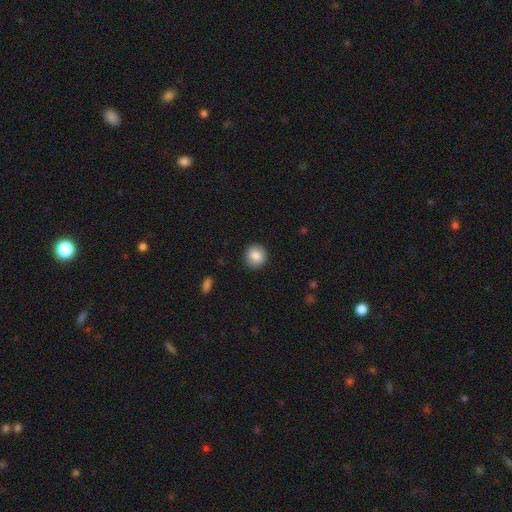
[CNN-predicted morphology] Smooth or featured? Predicted: smooth (p=0.85). How rounded? Predicted: round (p=0.87). Merging? Predicted: none (p=0.89).